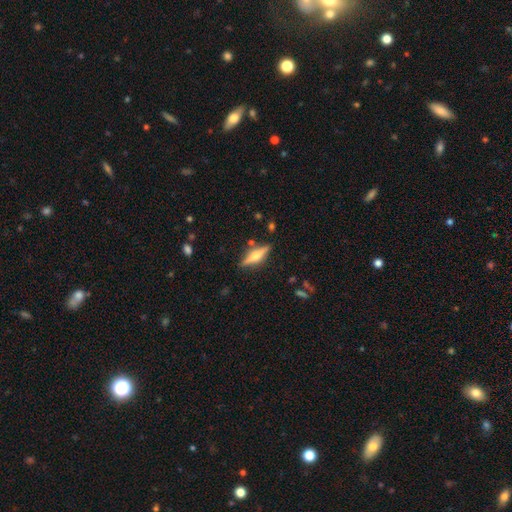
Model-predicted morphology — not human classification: type=featured or disk (63%); edge-on=yes (96%); edge-on bulge=rounded (89%); merging=none (85%).